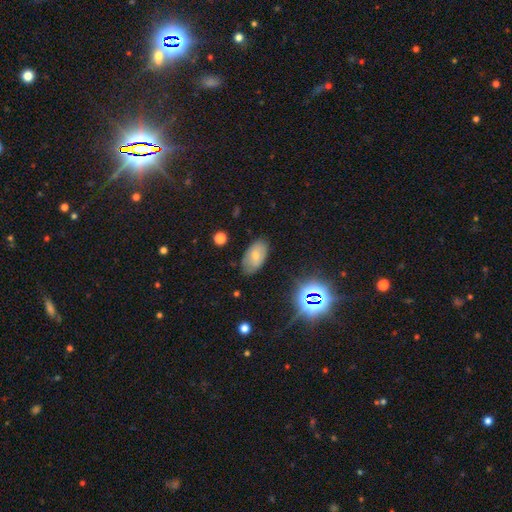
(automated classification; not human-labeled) smooth 65%, featured or disk 23%, star or artifact 12%. Down the decision tree: how rounded — in between (94%); merging — none (76%).